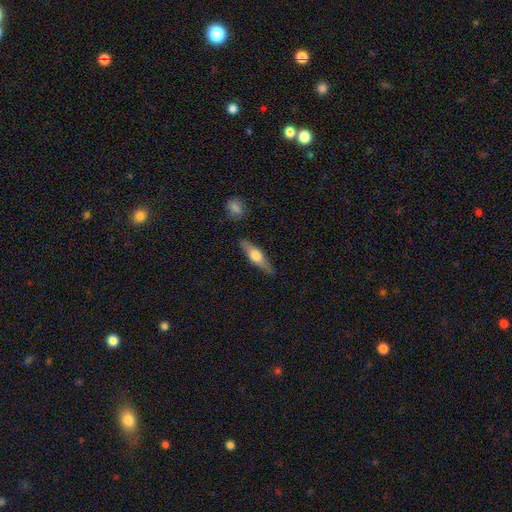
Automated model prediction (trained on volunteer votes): Overall: smooth (48%; featured or disk 47%). Merging: none (83%).